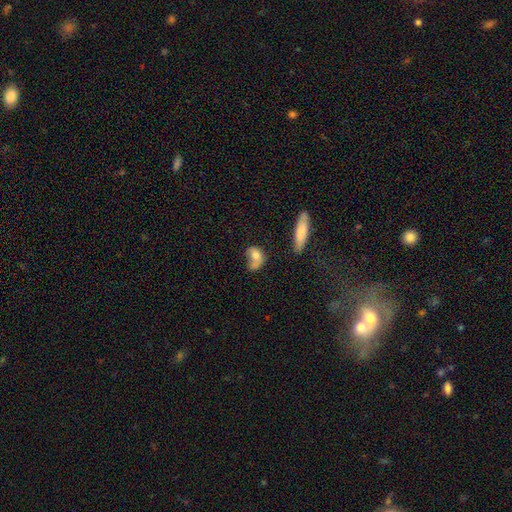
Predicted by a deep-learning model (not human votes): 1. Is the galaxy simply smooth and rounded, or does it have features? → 71% smooth, 20% featured or disk, 9% star or artifact.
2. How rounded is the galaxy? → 68% in between, 27% round, 5% cigar-shaped.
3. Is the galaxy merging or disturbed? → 31% none, 23% major disturbance, 23% minor disturbance, 23% merger.